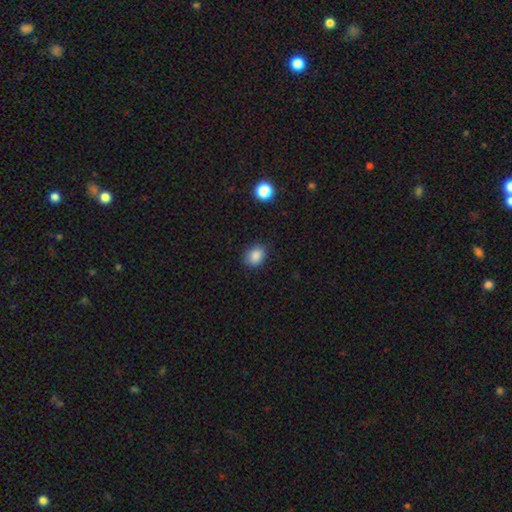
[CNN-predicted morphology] Smooth or featured?
  - smooth: 86% *
  - star or artifact: 10%
  - featured or disk: 4%
How rounded?
  - in between: 55% *
  - round: 44%
  - cigar-shaped: 1%
Merging?
  - none: 81% *
  - minor disturbance: 14%
  - major disturbance: 3%
  - merger: 1%